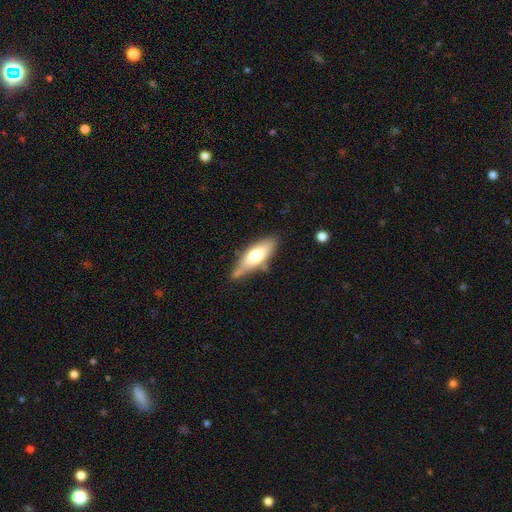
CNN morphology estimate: smooth_or_featured: smooth (p=0.60) [alt: featured or disk p=0.34]
how_rounded: in between (p=0.57) [alt: cigar-shaped p=0.40]
merging: none (p=0.63) [alt: minor disturbance p=0.24]